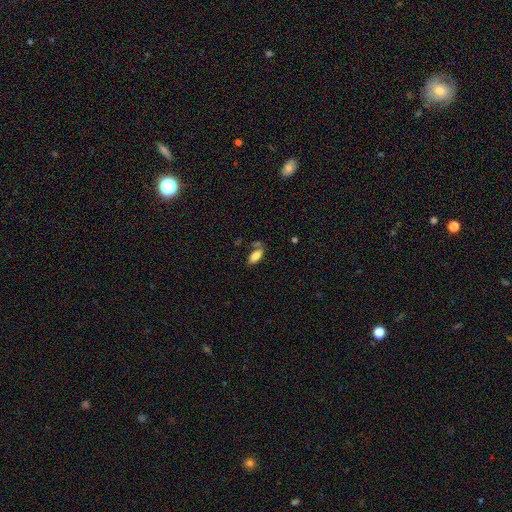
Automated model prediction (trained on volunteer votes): This appears to be a smooth galaxy with no disk features (83%) that is in between round and cigar-shaped (87%). Merging: none (62%).